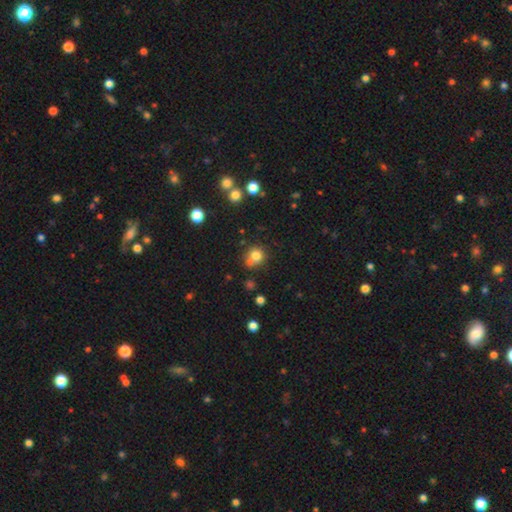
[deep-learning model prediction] Overall: smooth (77%). How rounded: round (87%). Merging: none (60%; merger 25%).